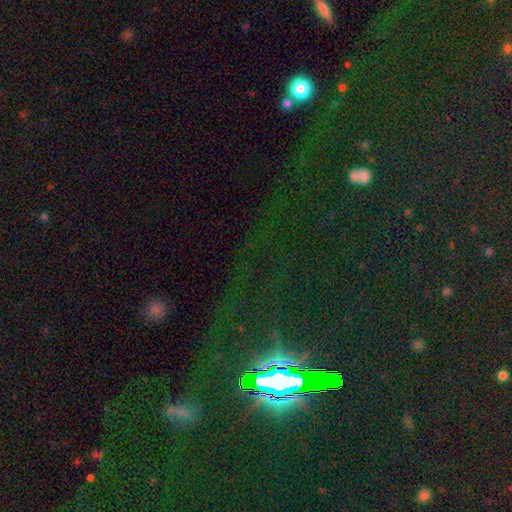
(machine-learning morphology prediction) Smooth or featured? star or artifact (77%)